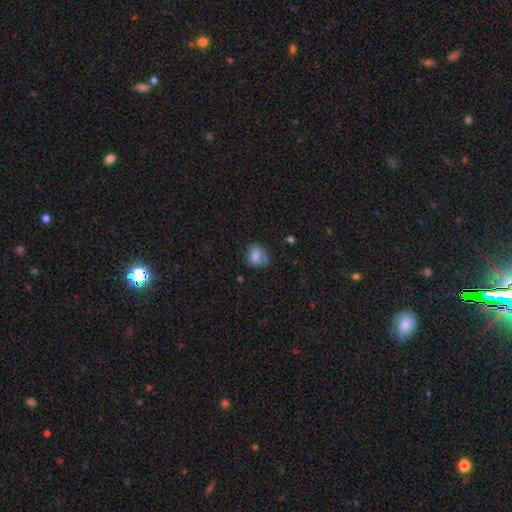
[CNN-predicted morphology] Overall: smooth (75%). How rounded: round (62%; in between 37%). Merging: none (56%; minor disturbance 27%).